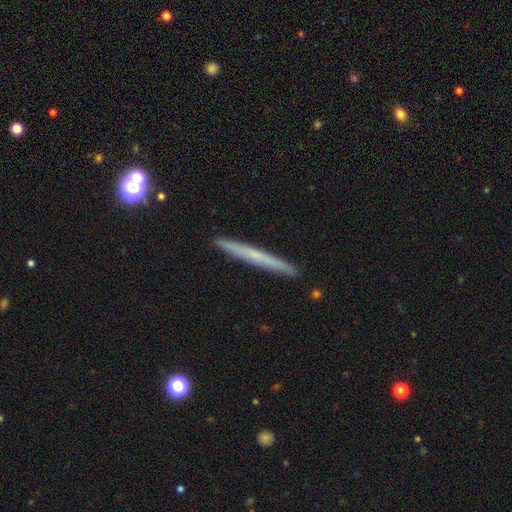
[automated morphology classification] Overall: featured or disk (48%; smooth 45%). Merging: none (92%).